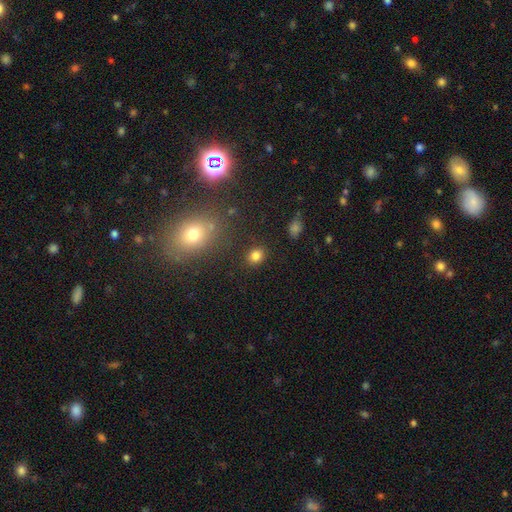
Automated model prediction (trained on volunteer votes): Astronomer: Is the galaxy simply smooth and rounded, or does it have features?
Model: smooth — 82%.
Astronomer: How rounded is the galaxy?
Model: round — 54% (runner-up: in between, 45%).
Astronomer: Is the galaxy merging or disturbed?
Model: none — 85%.